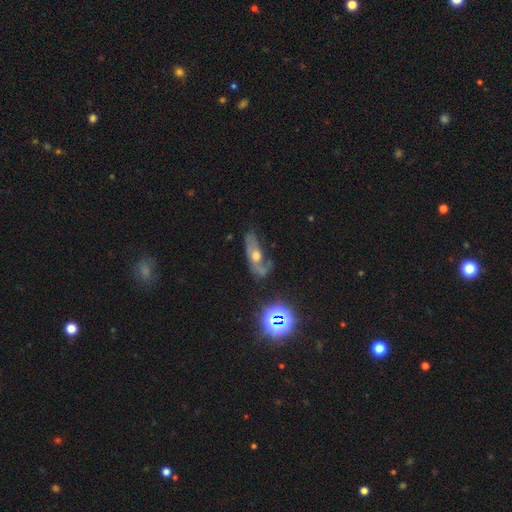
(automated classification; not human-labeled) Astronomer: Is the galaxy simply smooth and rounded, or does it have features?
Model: featured or disk — 54%.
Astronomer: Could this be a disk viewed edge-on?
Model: no — 76%.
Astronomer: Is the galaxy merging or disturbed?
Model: none — 41% (runner-up: major disturbance, 26%).